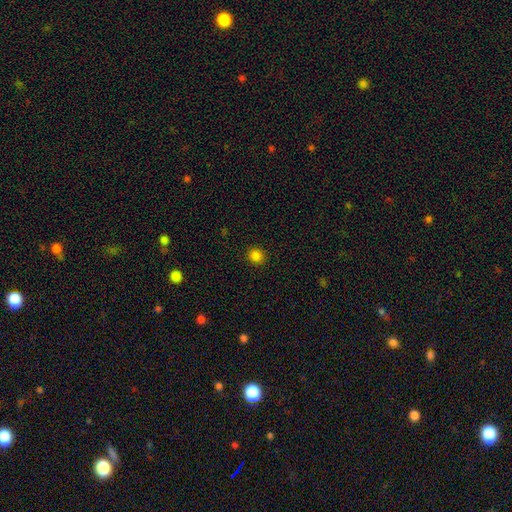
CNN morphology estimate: Q: Smooth or featured?
A: smooth (82%); runner-up: star or artifact (14%)
Q: How rounded?
A: round (87%); runner-up: in between (12%)
Q: Merging?
A: none (92%); runner-up: minor disturbance (5%)